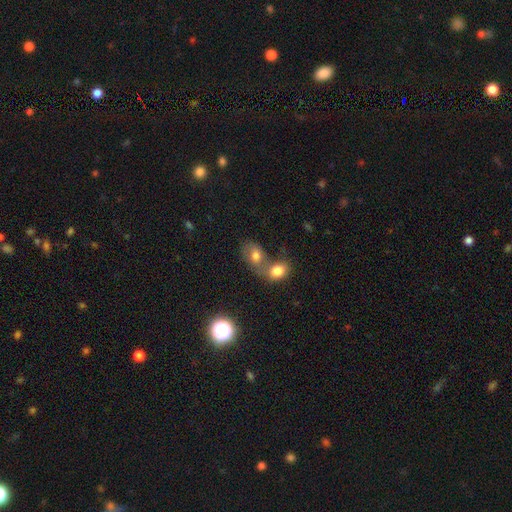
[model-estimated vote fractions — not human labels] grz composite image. It shows a smooth galaxy with no disk features (72%) that is in between round and cigar-shaped (72%). Merging: merger (58%).